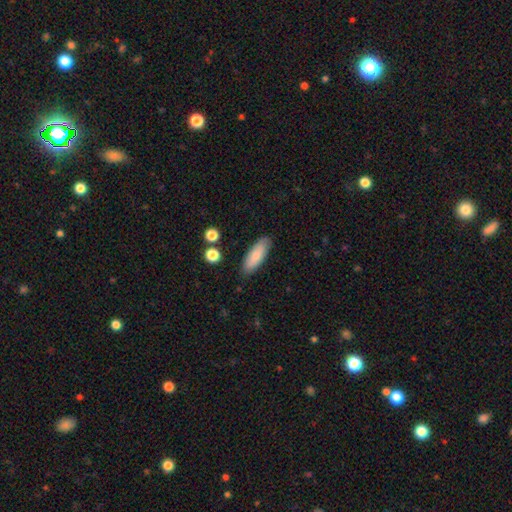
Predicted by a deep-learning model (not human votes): This appears to be a smooth galaxy with no disk features (82%) that is in between round and cigar-shaped (64%). Merging: none (85%).